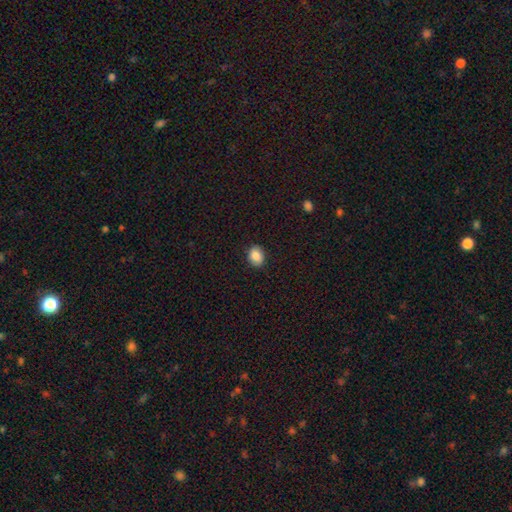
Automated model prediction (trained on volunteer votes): This appears to be a smooth galaxy with no disk features (86%) that is in between round and cigar-shaped (56%). Merging: none (88%).